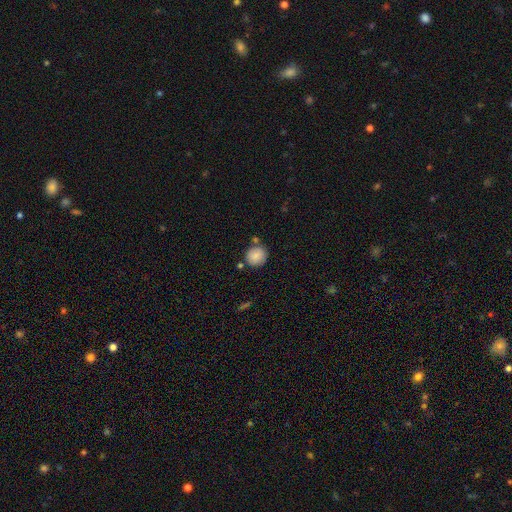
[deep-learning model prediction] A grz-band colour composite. It shows a smooth galaxy with no disk features (86%) that is round (86%). Merging: none (75%).